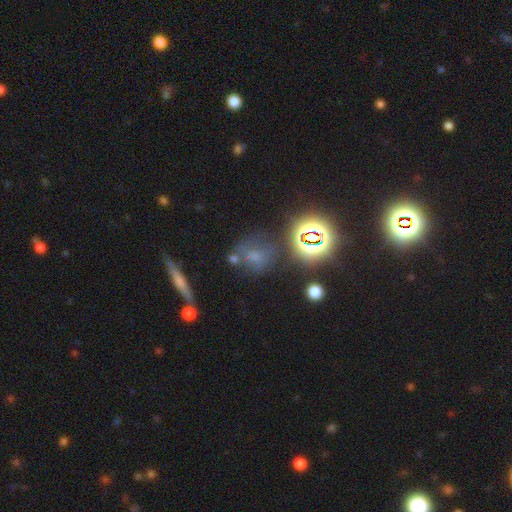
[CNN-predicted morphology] smooth_or_featured: smooth (p=0.50) [alt: star or artifact p=0.34]
merging: none (p=0.58) [alt: minor disturbance p=0.19]